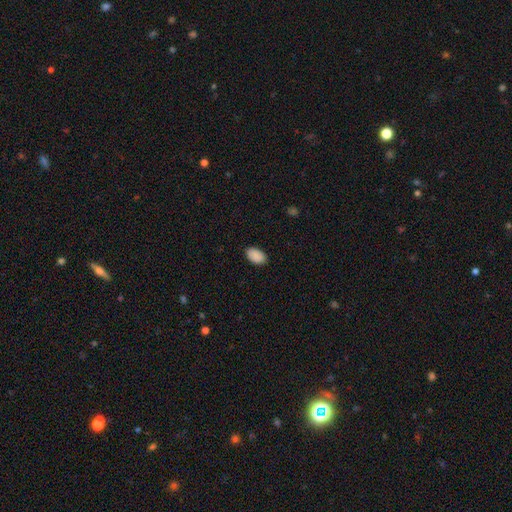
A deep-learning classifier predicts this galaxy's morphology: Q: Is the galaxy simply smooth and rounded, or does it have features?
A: smooth — 90%.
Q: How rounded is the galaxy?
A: in between — 93%.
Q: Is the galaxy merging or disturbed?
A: none — 87%.